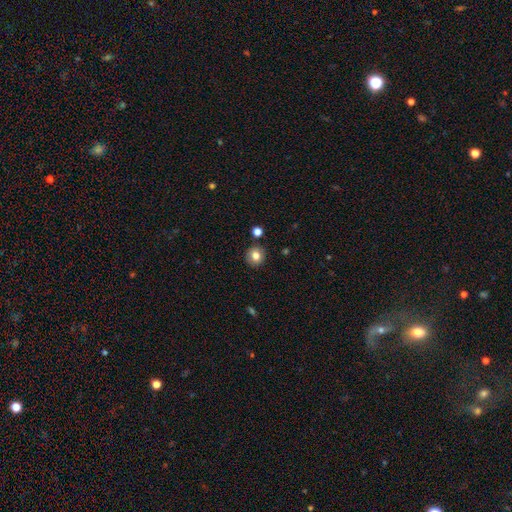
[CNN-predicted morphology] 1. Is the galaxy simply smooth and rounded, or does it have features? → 79% smooth, 10% star or artifact, 10% featured or disk.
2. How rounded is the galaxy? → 91% round, 9% in between, 1% cigar-shaped.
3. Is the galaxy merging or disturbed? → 88% none, 7% minor disturbance, 3% merger, 2% major disturbance.